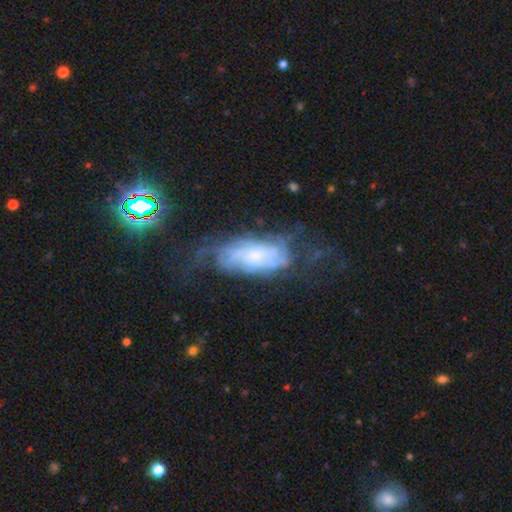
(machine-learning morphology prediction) Smooth or featured?
  - featured or disk: 72% *
  - smooth: 19%
  - star or artifact: 9%
Edge-on disk?
  - no: 91% *
  - yes: 9%
Bar?
  - no: 69% *
  - weak: 25%
  - strong: 6%
Spiral arms?
  - yes: 86% *
  - no: 14%
Spiral winding?
  - tight: 56% *
  - medium: 31%
  - loose: 13%
Spiral arm count?
  - can't tell: 57% *
  - 2: 17%
  - 3: 9%
  - 4: 8%
  - more than 4: 5%
  - 1: 4%
Bulge size?
  - small: 51% *
  - moderate: 29%
  - none: 11%
  - large: 7%
  - dominant: 2%
Merging?
  - none: 53% *
  - major disturbance: 22%
  - minor disturbance: 22%
  - merger: 3%